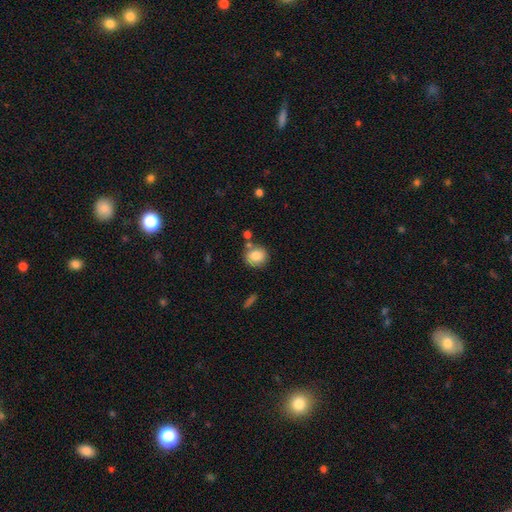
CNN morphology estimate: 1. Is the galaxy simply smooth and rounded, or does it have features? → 82% smooth, 9% featured or disk, 8% star or artifact.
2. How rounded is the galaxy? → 85% round, 14% in between, 1% cigar-shaped.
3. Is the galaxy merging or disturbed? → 72% none, 12% merger, 12% minor disturbance, 3% major disturbance.